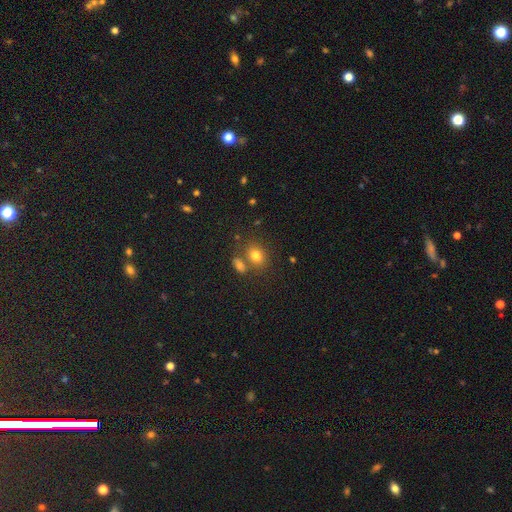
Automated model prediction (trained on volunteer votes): Smooth or featured: smooth — 78% (star or artifact — 13%)
How rounded: in between — 58% (round — 41%)
Merging: none — 60% (merger — 24%)